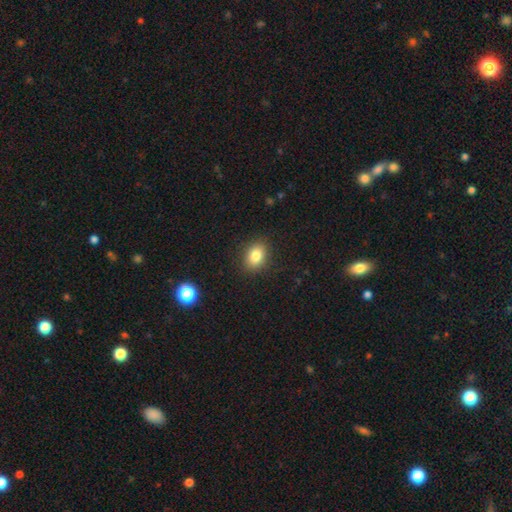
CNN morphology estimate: Smooth or featured?
  - smooth: 83% *
  - star or artifact: 10%
  - featured or disk: 7%
How rounded?
  - in between: 67% *
  - round: 31%
  - cigar-shaped: 1%
Merging?
  - none: 88% *
  - minor disturbance: 9%
  - major disturbance: 3%
  - merger: 1%